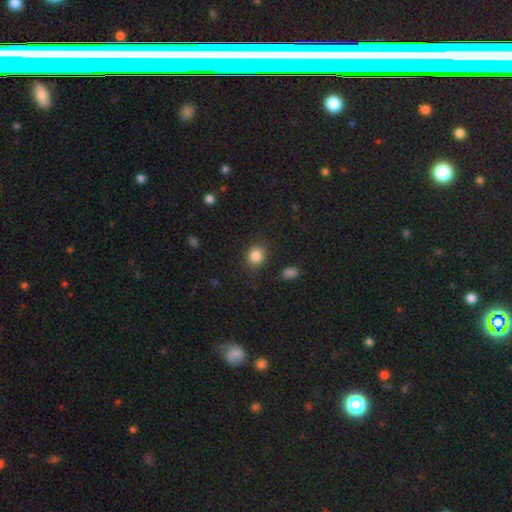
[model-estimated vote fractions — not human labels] Smooth or featured: smooth — 85% (star or artifact — 10%)
How rounded: round — 73% (in between — 26%)
Merging: none — 86% (minor disturbance — 9%)